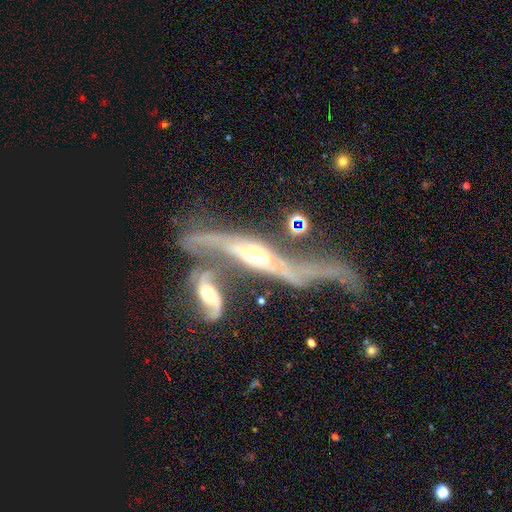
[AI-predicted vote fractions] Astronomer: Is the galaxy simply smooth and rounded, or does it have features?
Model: featured or disk — 83%.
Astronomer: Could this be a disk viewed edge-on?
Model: yes — 59% (runner-up: no, 41%).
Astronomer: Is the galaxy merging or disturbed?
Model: merger — 46% (runner-up: none, 23%).